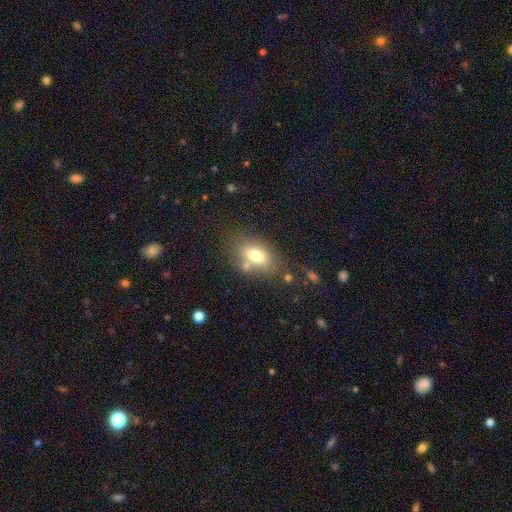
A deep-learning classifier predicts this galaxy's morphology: smooth 74%, featured or disk 16%, star or artifact 10%. Down the decision tree: how rounded — in between (83%); merging — none (67%).